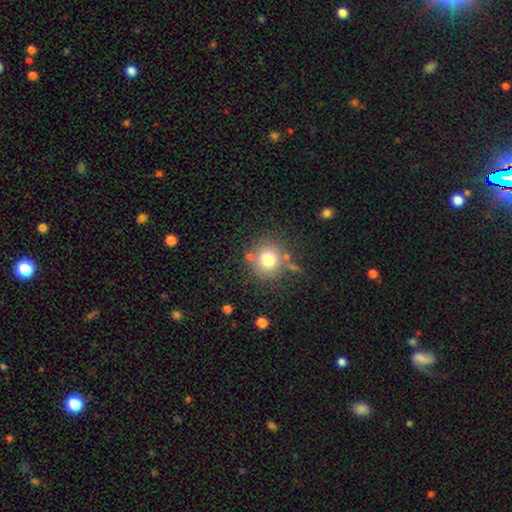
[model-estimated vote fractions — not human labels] Smooth or featured: smooth — 55% (star or artifact — 34%)
How rounded: round — 93% (in between — 6%)
Merging: none — 80% (minor disturbance — 11%)